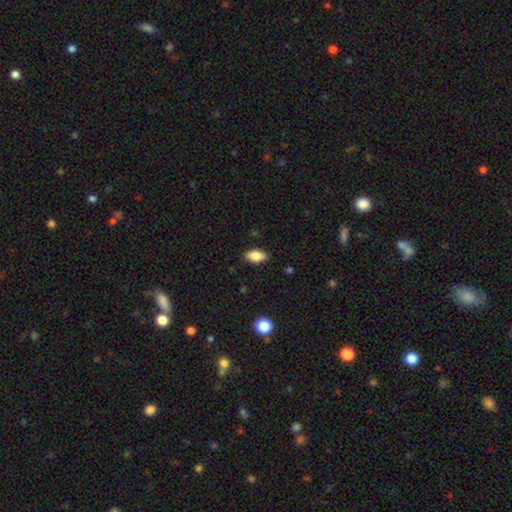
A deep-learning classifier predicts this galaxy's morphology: This appears to be a smooth galaxy with no disk features (84%) that is in between round and cigar-shaped (91%). Merging: none (86%).